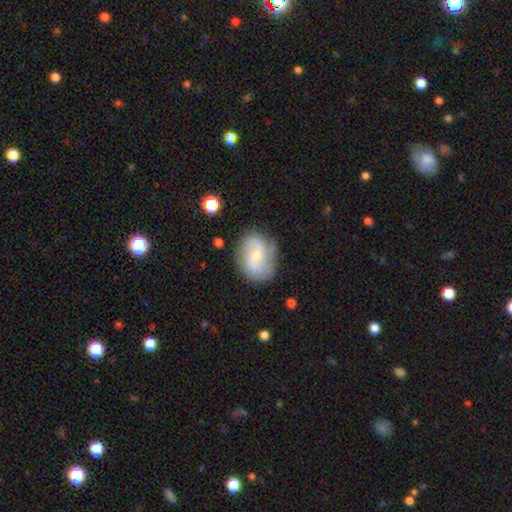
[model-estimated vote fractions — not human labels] Overall: featured or disk (63%; smooth 30%). Edge-on disk: no (97%). Bar: no (45%; weak 43%). Spiral arms: yes (88%). Spiral arm count: 2 (74%). Spiral winding: medium (42%; loose 33%). Bulge size: small (55%; moderate 39%). Merging: none (73%).